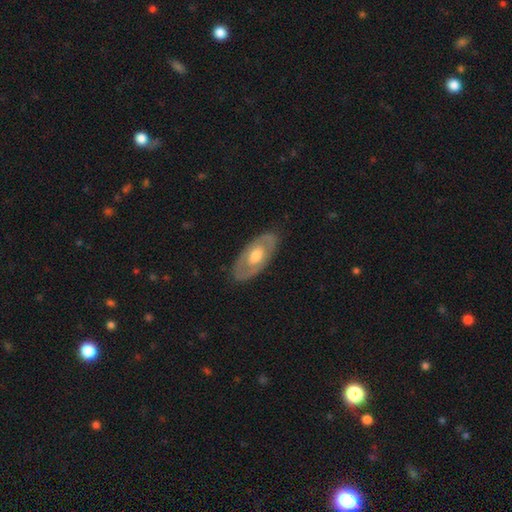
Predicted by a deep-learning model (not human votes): Smooth or featured? Predicted: featured or disk (p=0.56). Edge-on disk? Predicted: no (p=0.85). Merging? Predicted: none (p=0.83).